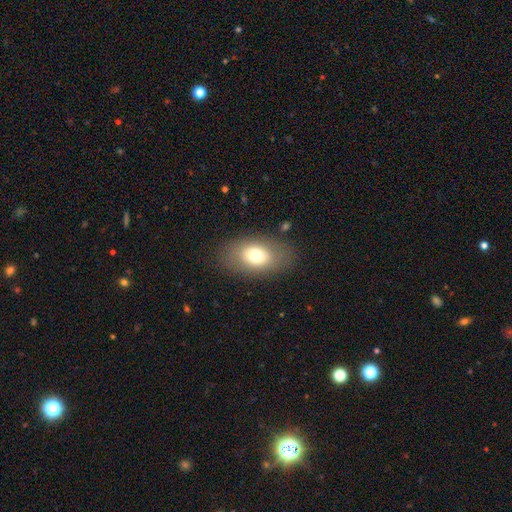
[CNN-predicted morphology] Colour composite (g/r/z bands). It shows a smooth galaxy with no disk features (70%) that is in between round and cigar-shaped (85%). Merging: none (81%).